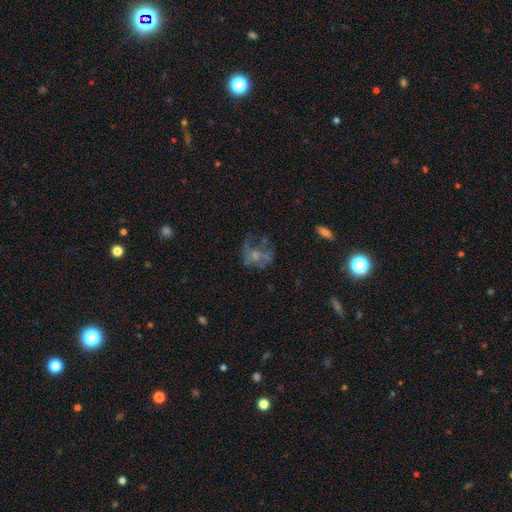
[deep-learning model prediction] This is possibly a featured or disk galaxy (52%). It is clearly not viewed edge-on (97%). Bar: clearly no (84%). Spiral arm pattern: likely no (74%). Central bulge: marginally small (41%). Merging: marginally major disturbance (38%).